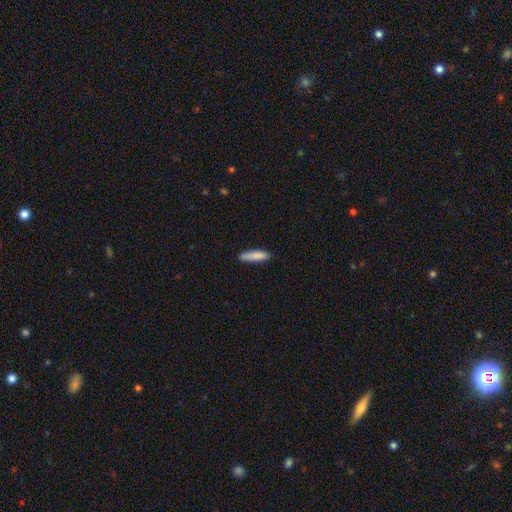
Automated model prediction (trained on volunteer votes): This appears to be a smooth galaxy with no disk features (87%) that is cigar-shaped (76%). Merging: none (84%).